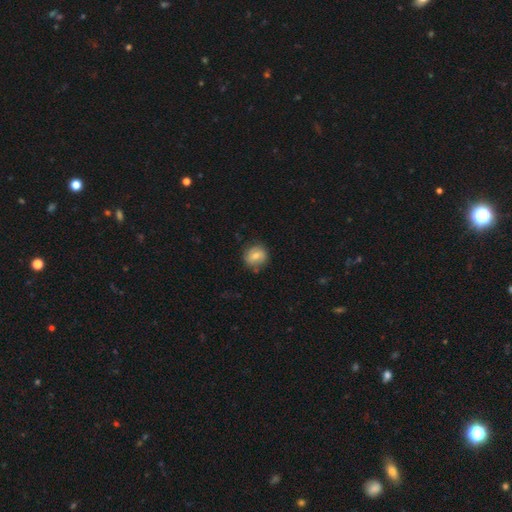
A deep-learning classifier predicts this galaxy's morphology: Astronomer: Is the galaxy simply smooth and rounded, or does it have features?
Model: smooth — 61%.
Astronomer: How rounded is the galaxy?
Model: round — 83%.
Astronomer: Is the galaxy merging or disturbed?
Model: none — 79%.